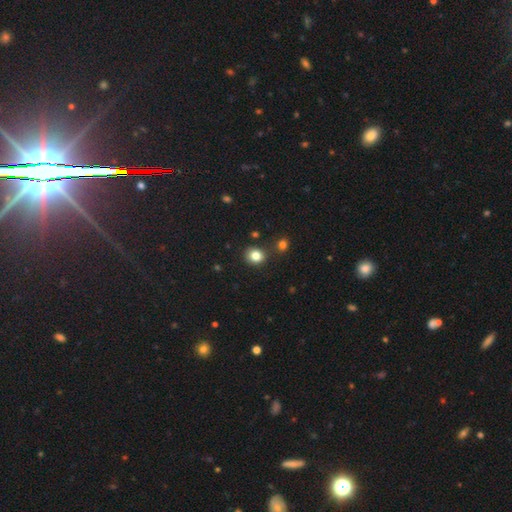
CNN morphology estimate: smooth-or-featured: smooth: 83% | star or artifact: 11% | featured or disk: 6%
  how-rounded: round: 75% | in between: 24% | cigar-shaped: 1%
  merging: none: 82% | minor disturbance: 9% | merger: 6% | major disturbance: 3%